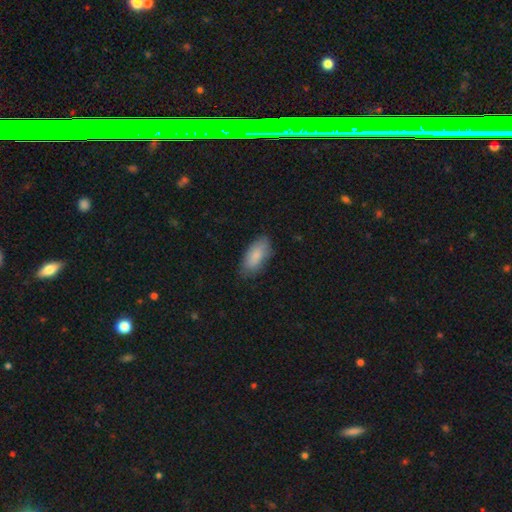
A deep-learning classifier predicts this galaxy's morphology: The model was most divided on "merging": none: 79%, minor disturbance: 17%, major disturbance: 3%, merger: 1%. More confident: how rounded — in between (90%); smooth or featured — smooth (86%).